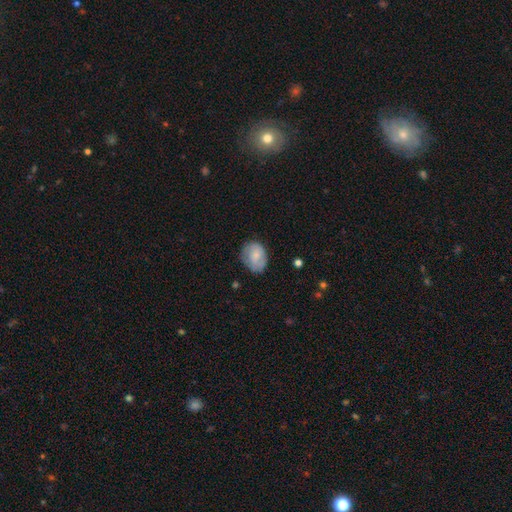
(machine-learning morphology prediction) Overall: smooth (69%). How rounded: in between (56%; round 43%). Merging: none (68%).